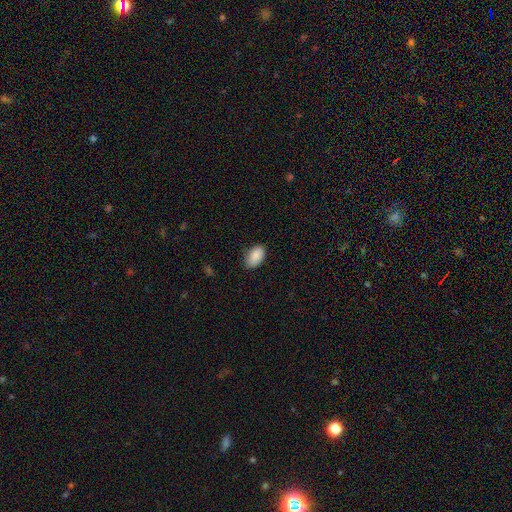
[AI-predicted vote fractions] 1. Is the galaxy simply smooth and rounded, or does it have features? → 89% smooth, 7% star or artifact, 4% featured or disk.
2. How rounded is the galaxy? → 93% in between, 6% round, 1% cigar-shaped.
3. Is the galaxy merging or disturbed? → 78% none, 18% minor disturbance, 3% major disturbance, 1% merger.